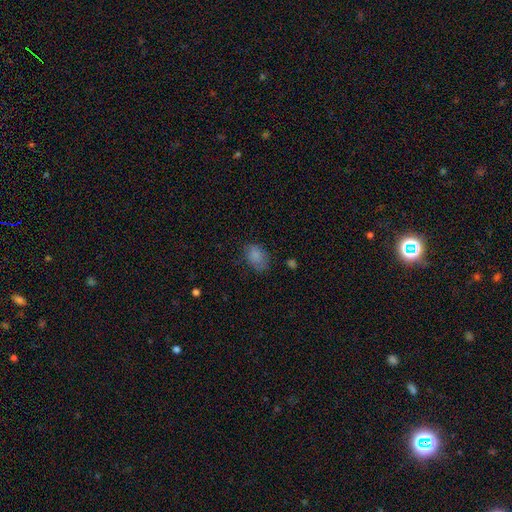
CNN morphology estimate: The model was most divided on "merging": none: 65%, minor disturbance: 24%, major disturbance: 9%, merger: 2%. More confident: how rounded — in between (83%); smooth or featured — smooth (81%).